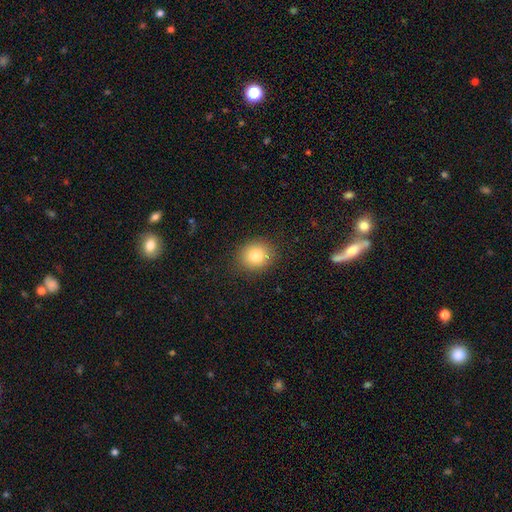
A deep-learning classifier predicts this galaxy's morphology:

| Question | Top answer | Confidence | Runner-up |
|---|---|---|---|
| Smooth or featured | smooth | 81% | star or artifact (11%) |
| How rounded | round | 79% | in between (20%) |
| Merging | none | 87% | minor disturbance (9%) |